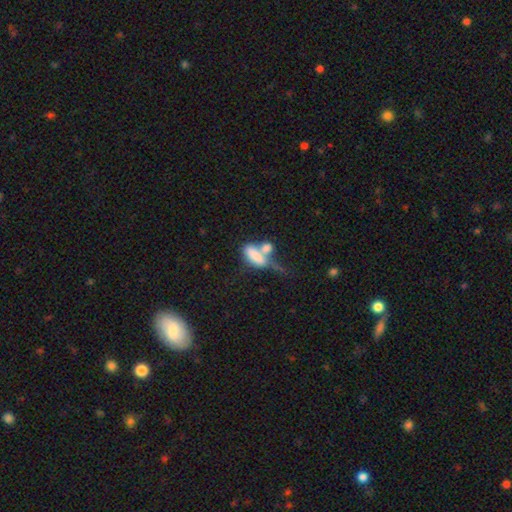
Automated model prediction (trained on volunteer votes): Smooth or featured? Predicted: smooth (p=0.70). How rounded? Predicted: in between (p=0.76). Merging? Predicted: merger (p=0.55).